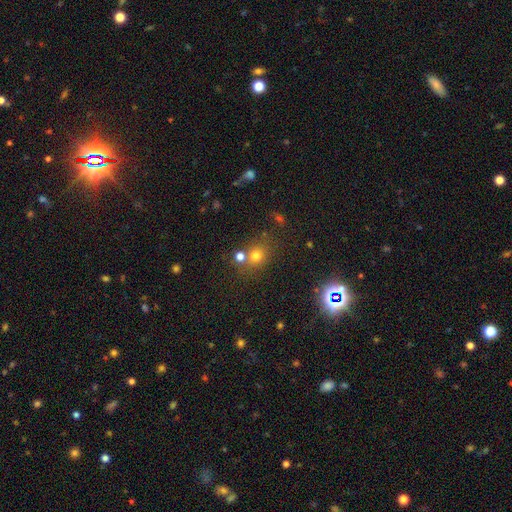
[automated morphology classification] This appears to be a smooth galaxy with no disk features (71%) that is round (80%). Merging: none (63%).